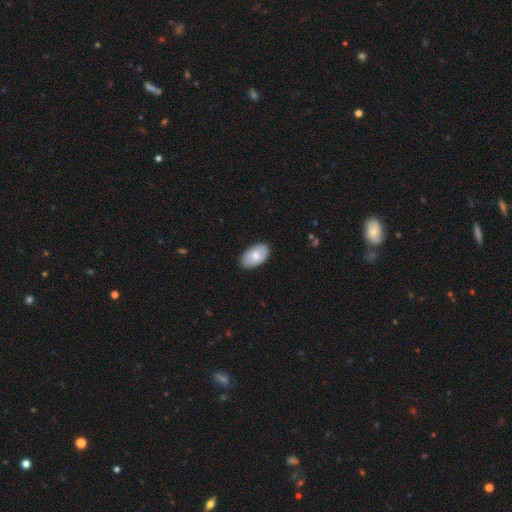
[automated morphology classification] The model was most divided on "smooth or featured": smooth: 76%, featured or disk: 18%, star or artifact: 6%. More confident: how rounded — in between (95%); merging — none (86%).